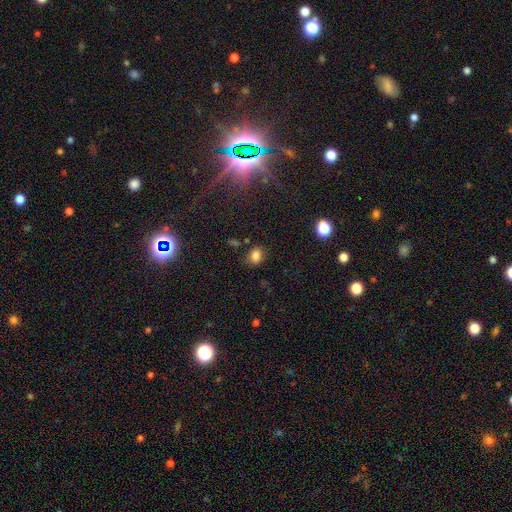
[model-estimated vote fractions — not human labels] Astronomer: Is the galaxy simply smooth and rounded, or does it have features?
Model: smooth — 80%.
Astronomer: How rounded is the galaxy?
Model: in between — 69%.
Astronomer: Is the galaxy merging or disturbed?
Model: none — 71%.